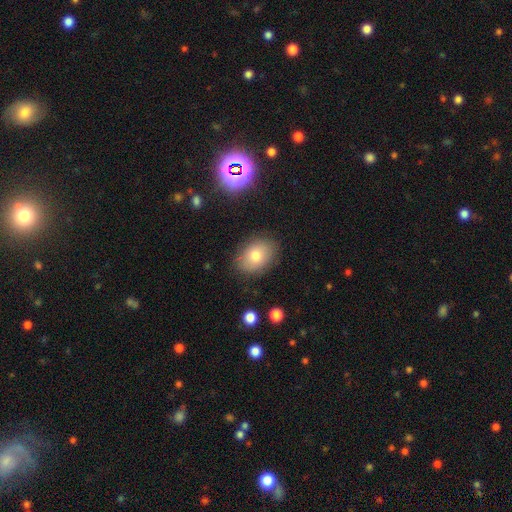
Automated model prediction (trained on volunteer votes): Morphology: type=smooth (77%); roundness=in between (75%); merging=none (83%).